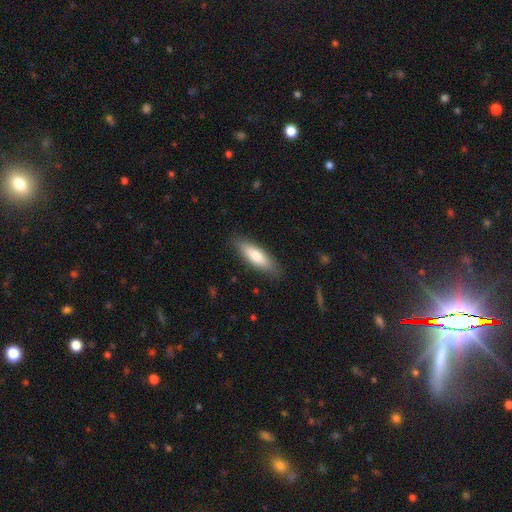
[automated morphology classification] smooth 72%, featured or disk 22%, star or artifact 6%. Down the decision tree: how rounded — cigar-shaped (51%); merging — none (86%).